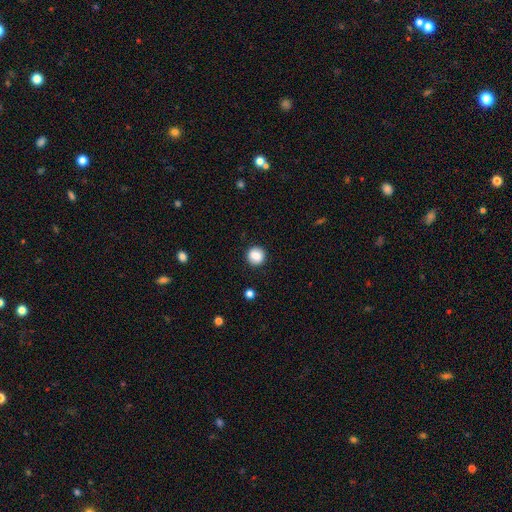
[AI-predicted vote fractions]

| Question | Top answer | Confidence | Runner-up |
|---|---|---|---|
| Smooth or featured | smooth | 81% | featured or disk (10%) |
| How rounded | round | 91% | in between (8%) |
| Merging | none | 90% | minor disturbance (7%) |